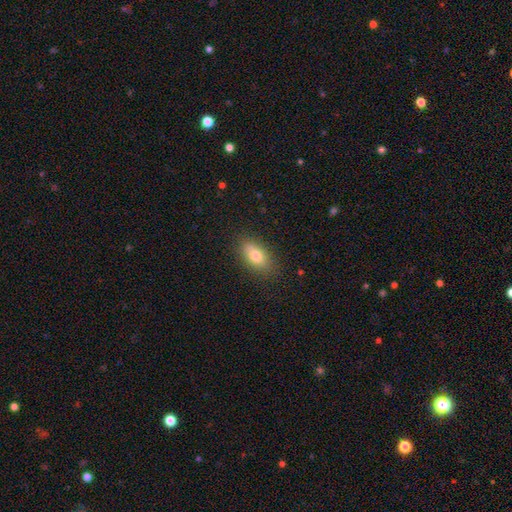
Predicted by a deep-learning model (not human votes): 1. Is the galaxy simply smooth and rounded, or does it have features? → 77% smooth, 15% featured or disk, 8% star or artifact.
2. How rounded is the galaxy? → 87% in between, 8% round, 5% cigar-shaped.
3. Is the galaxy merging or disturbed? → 82% none, 13% minor disturbance, 3% major disturbance, 2% merger.